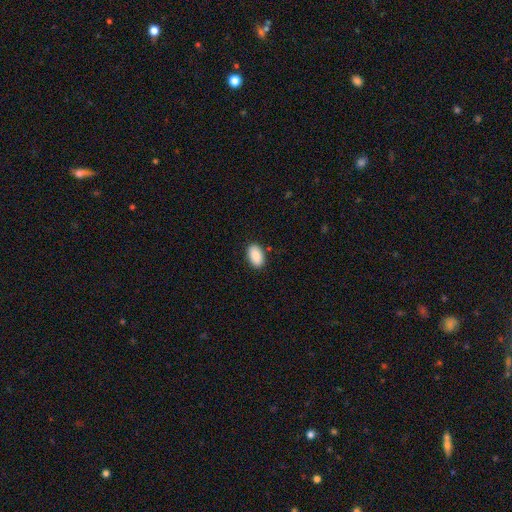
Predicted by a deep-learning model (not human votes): Smooth or featured: smooth — 88% (star or artifact — 7%)
How rounded: in between — 93% (round — 5%)
Merging: none — 88% (minor disturbance — 9%)